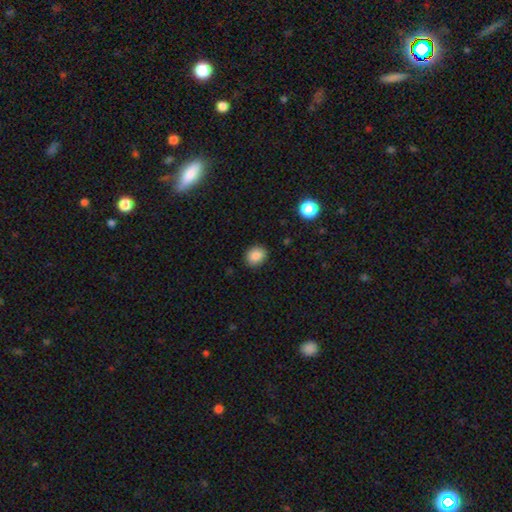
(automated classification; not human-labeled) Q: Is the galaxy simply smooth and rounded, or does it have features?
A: smooth — 86%.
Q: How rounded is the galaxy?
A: round — 62%.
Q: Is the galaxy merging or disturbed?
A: none — 88%.